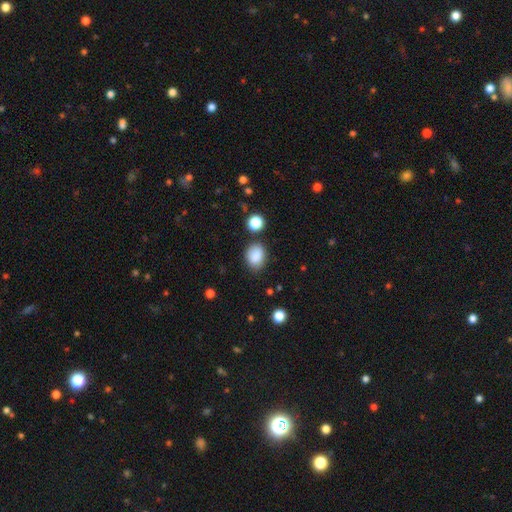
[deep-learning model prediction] Morphology: type=smooth (86%); roundness=in between (65%); merging=none (75%).